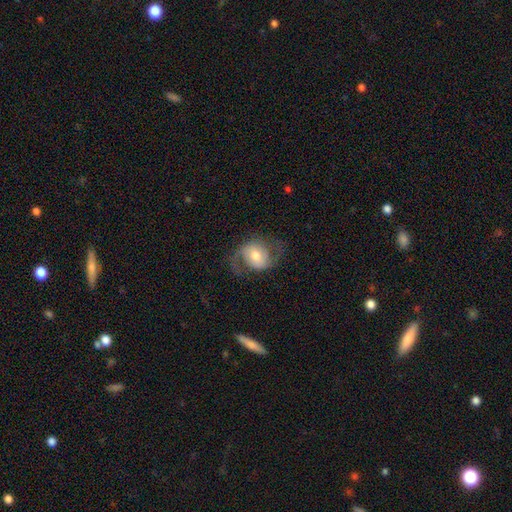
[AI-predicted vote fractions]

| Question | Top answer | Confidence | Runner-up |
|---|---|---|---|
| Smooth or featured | featured or disk | 66% | smooth (27%) |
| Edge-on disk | no | 97% | yes (3%) |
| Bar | no | 46% | weak (39%) |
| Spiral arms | yes | 86% | no (14%) |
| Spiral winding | loose | 44% | tied: medium (44%) |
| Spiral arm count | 2 | 86% | 1 (6%) |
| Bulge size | moderate | 65% | small (21%) |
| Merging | none | 62% | minor disturbance (19%) |